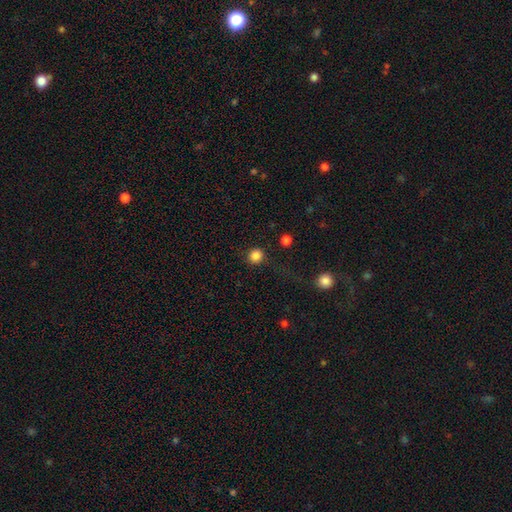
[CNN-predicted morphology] Q: Smooth or featured?
A: smooth (85%); runner-up: star or artifact (11%)
Q: How rounded?
A: round (93%); runner-up: in between (6%)
Q: Merging?
A: none (88%); runner-up: minor disturbance (7%)